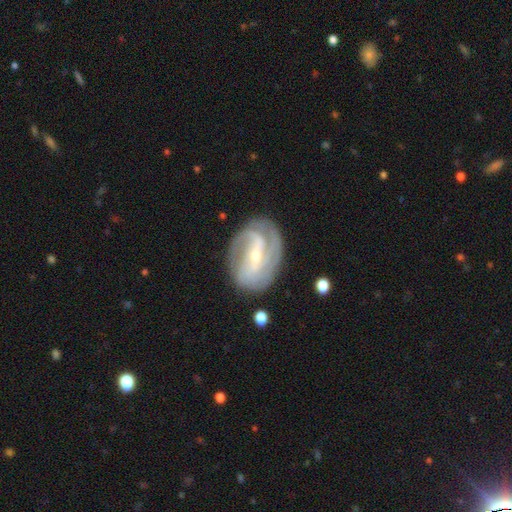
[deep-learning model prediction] featured or disk 85%, smooth 10%, star or artifact 6%. Down the decision tree: edge-on disk — no (96%); bar — strong (45%); spiral arms — yes (93%); spiral arm count — 2 (50%); spiral winding — tight (48%); bulge size — small (64%); merging — none (74%).